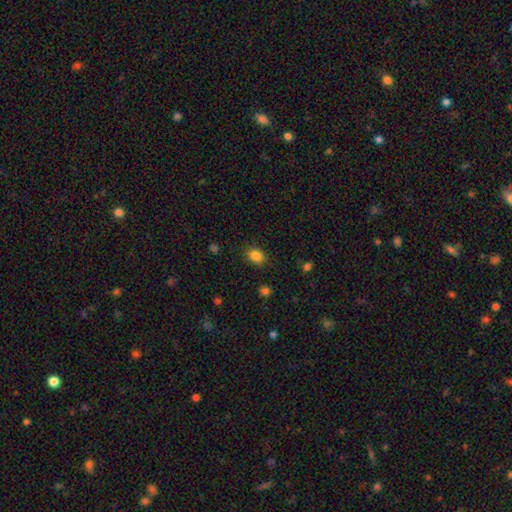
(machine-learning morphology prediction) Smooth or featured: smooth — 85% (star or artifact — 11%)
How rounded: in between — 56% (round — 44%)
Merging: none — 86% (minor disturbance — 10%)